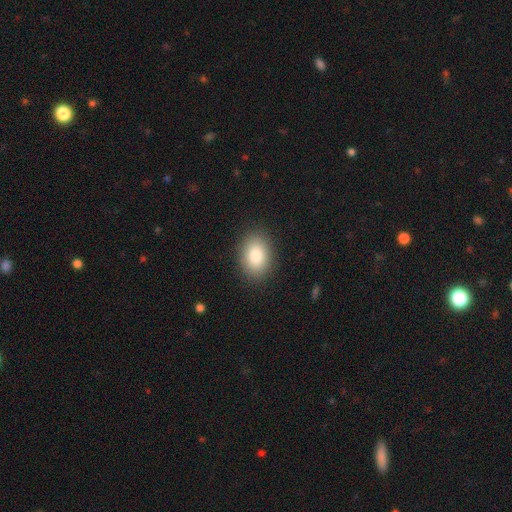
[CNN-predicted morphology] A smooth galaxy with no disk features (84%) that is in between round and cigar-shaped (79%). Merging: none (88%).